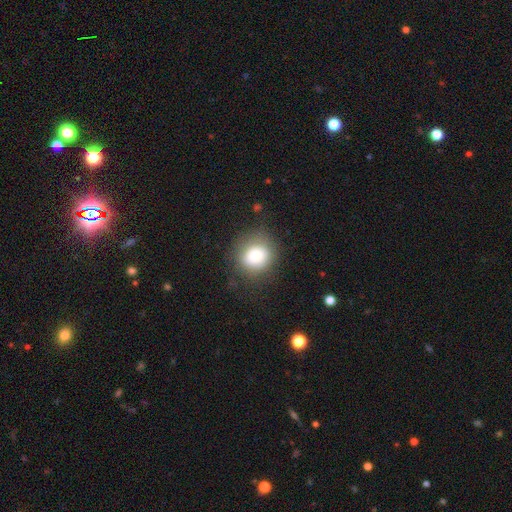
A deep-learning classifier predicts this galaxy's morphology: Q: Smooth or featured?
A: smooth (78%); runner-up: featured or disk (11%)
Q: How rounded?
A: round (84%); runner-up: in between (15%)
Q: Merging?
A: none (79%); runner-up: minor disturbance (14%)